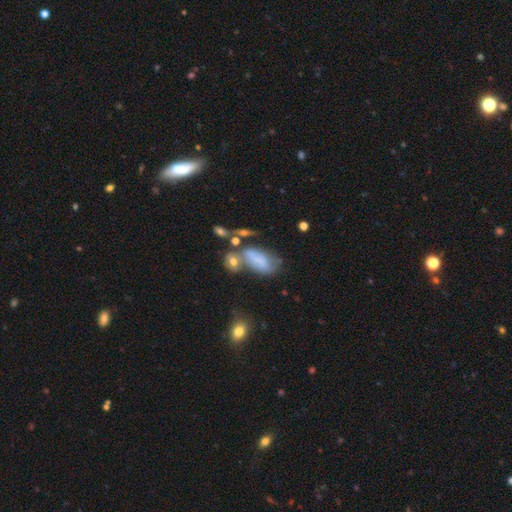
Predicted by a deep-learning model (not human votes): Smooth or featured?
  - smooth: 45% *
  - featured or disk: 35%
  - star or artifact: 20%
Merging?
  - none: 47% *
  - minor disturbance: 21%
  - merger: 19%
  - major disturbance: 13%